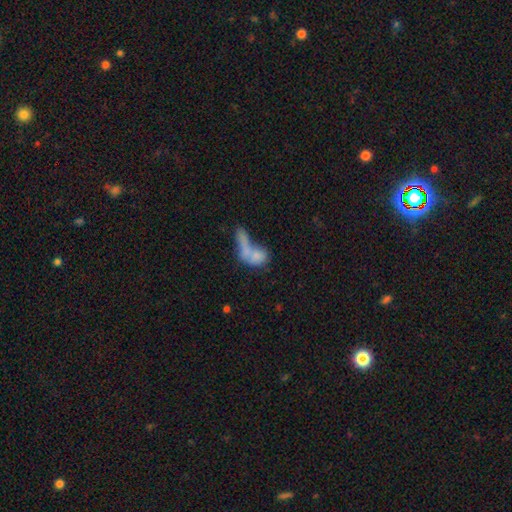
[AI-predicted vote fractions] The model was most divided on "merging": merger: 59%, none: 19%, major disturbance: 14%, minor disturbance: 9%. More confident: smooth or featured — smooth (66%); how rounded — in between (64%).